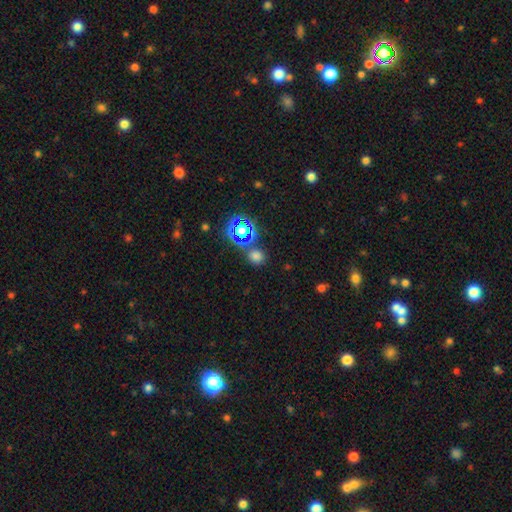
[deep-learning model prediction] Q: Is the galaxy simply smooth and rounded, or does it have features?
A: smooth — 66%.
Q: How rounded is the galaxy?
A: round — 80%.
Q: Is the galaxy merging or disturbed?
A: none — 76%.